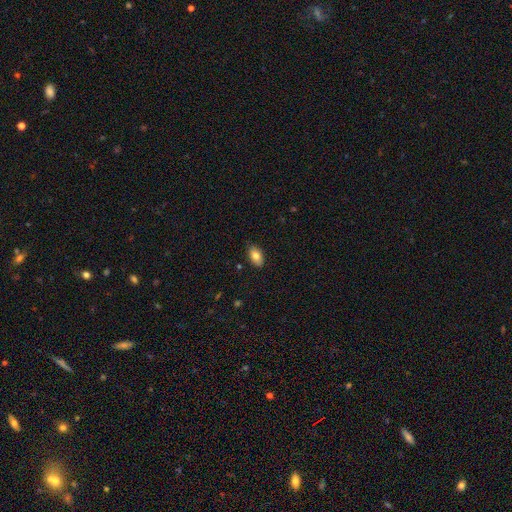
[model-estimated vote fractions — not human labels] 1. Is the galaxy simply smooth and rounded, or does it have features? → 80% smooth, 13% featured or disk, 7% star or artifact.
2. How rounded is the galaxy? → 92% in between, 5% round, 3% cigar-shaped.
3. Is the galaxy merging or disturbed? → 86% none, 11% minor disturbance, 2% major disturbance, 1% merger.